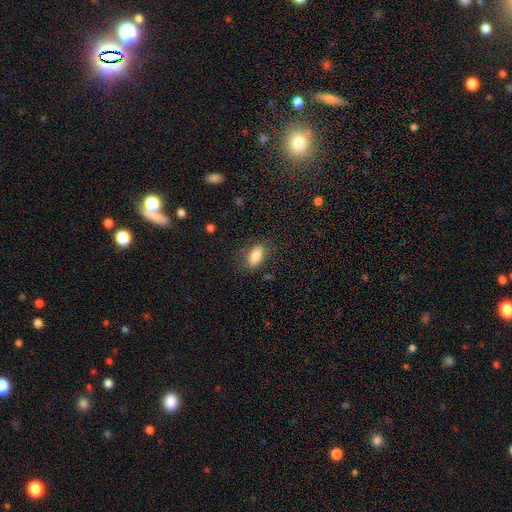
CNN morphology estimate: The model was most divided on "merging": none: 78%, minor disturbance: 16%, major disturbance: 5%, merger: 1%. More confident: how rounded — in between (86%); smooth or featured — smooth (83%).